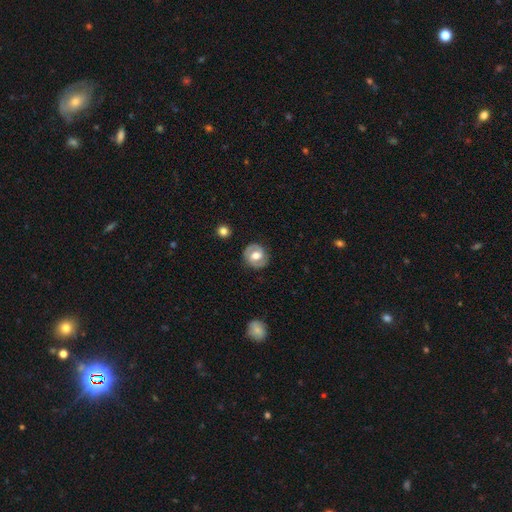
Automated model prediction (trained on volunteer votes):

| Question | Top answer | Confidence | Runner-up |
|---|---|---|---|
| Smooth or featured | featured or disk | 64% | smooth (30%) |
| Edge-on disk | no | 97% | yes (3%) |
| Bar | weak | 45% | no (35%) |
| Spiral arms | yes | 81% | no (19%) |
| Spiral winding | tight | 44% | medium (43%) |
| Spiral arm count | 2 | 87% | can't tell (7%) |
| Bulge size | moderate | 70% | large (20%) |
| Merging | none | 84% | minor disturbance (11%) |